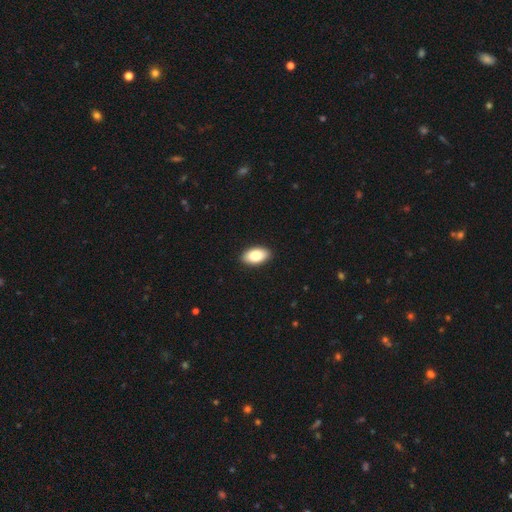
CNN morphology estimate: A smooth galaxy with no disk features (83%) that is in between round and cigar-shaped (94%).

Vote fractions:
- Smooth or featured? smooth: 83% / featured or disk: 11% / star or artifact: 7%
- How rounded? in between: 94% / round: 4% / cigar-shaped: 2%
- Merging? none: 91% / minor disturbance: 6% / major disturbance: 2% / merger: 1%